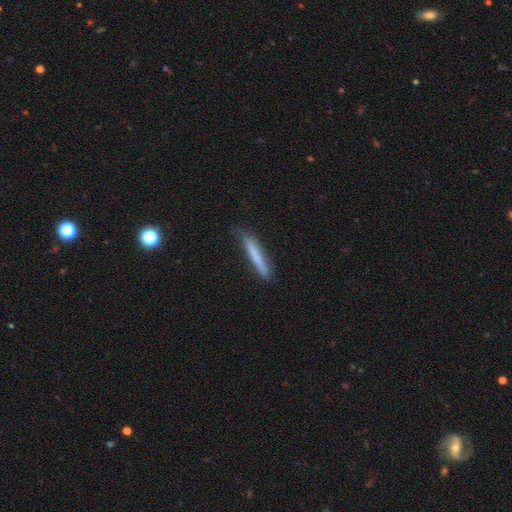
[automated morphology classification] Q: Smooth or featured?
A: smooth (68%); runner-up: featured or disk (26%)
Q: How rounded?
A: cigar-shaped (96%); runner-up: in between (3%)
Q: Merging?
A: none (77%); runner-up: minor disturbance (18%)